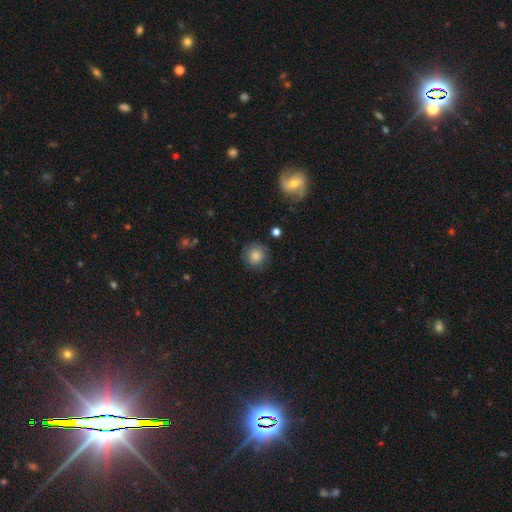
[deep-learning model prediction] This appears to be a smooth galaxy with no disk features (82%) that is round (92%). Merging: none (83%).